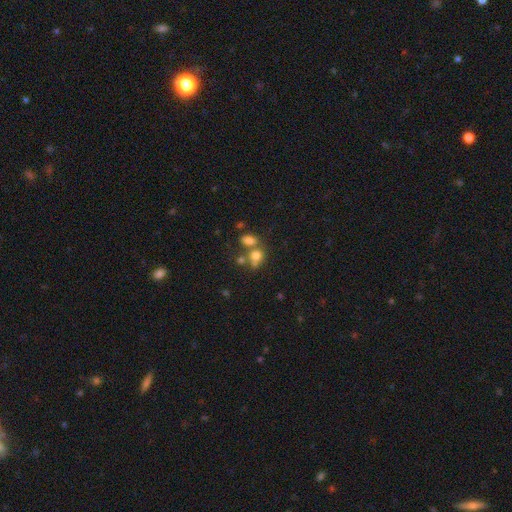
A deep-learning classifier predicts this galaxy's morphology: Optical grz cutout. It shows a smooth galaxy with no disk features (73%) that is round (52%). Merging: merger (45%).